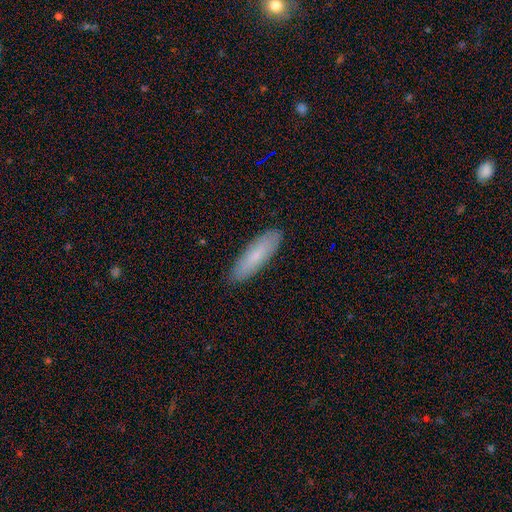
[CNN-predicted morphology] The model was most divided on "how rounded": cigar-shaped: 59%, in between: 40%, round: 2%. More confident: merging — none (89%); smooth or featured — smooth (75%).